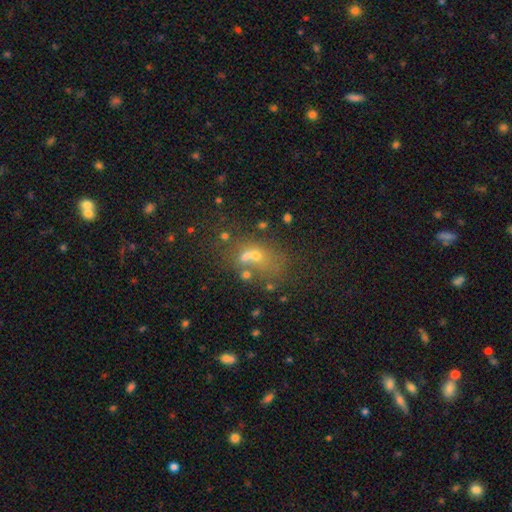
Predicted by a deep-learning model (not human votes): Q: Smooth or featured?
A: smooth (45%); runner-up: featured or disk (29%)
Q: Merging?
A: merger (44%); runner-up: none (33%)